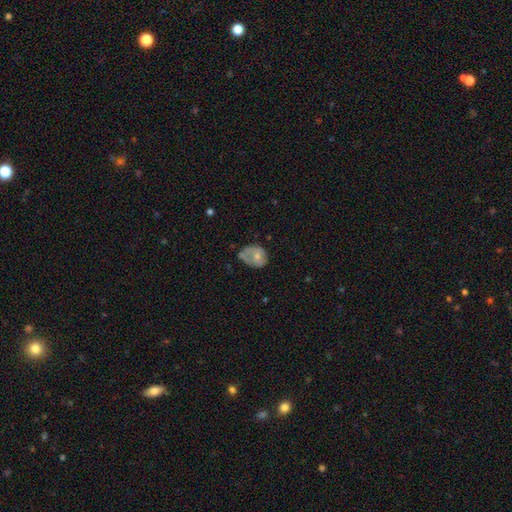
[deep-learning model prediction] smooth_or_featured: smooth (p=0.59) [alt: featured or disk p=0.33]
how_rounded: in between (p=0.60) [alt: round p=0.39]
merging: minor disturbance (p=0.37) [alt: none p=0.32]